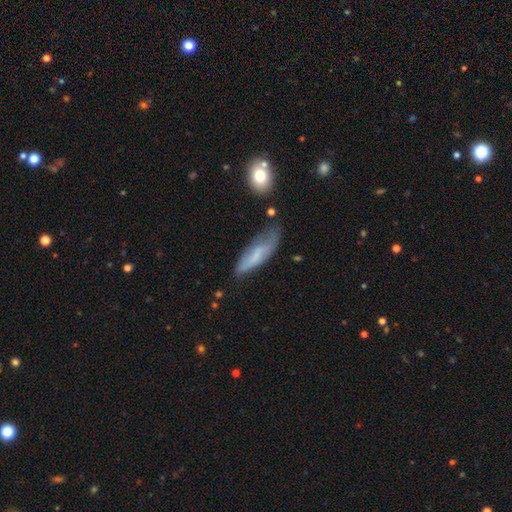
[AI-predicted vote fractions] A smooth galaxy with no disk features (63%) that is in between round and cigar-shaped (50%). Merging: none (48%).